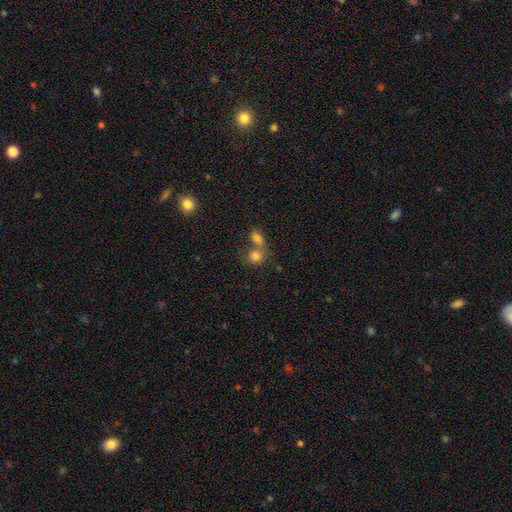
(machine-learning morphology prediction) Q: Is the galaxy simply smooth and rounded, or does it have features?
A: smooth — 80%.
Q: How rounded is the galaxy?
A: round — 68%.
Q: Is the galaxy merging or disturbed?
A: merger — 54%.